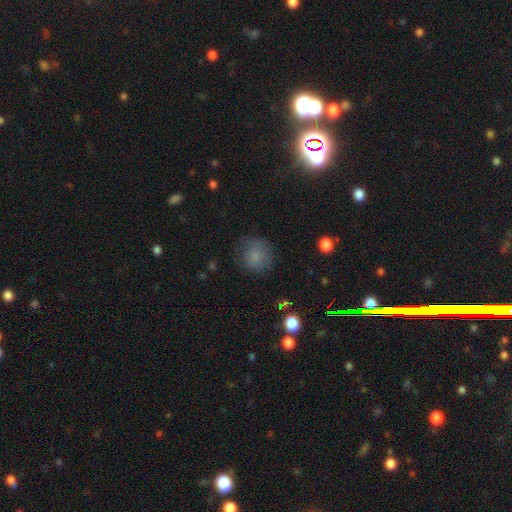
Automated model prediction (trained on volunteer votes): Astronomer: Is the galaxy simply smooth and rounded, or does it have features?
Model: smooth — 76%.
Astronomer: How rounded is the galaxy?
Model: round — 81%.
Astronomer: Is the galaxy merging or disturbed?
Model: none — 67%.